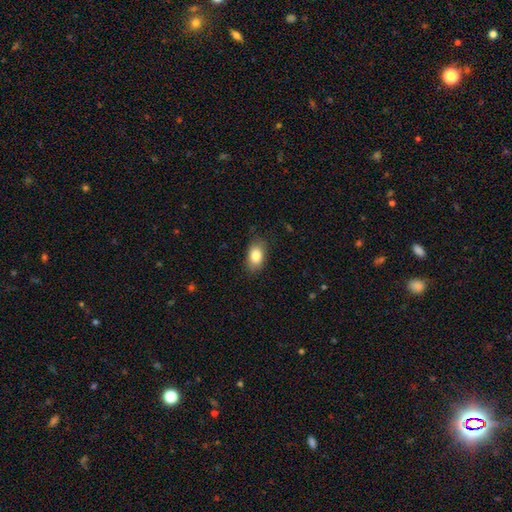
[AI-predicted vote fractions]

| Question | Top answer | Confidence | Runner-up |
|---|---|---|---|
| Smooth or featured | smooth | 83% | featured or disk (9%) |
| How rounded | in between | 88% | round (11%) |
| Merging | none | 82% | minor disturbance (14%) |